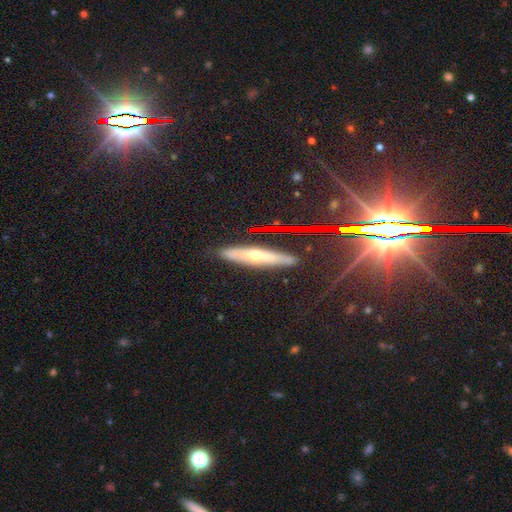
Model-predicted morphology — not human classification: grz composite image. It shows a featured or disk galaxy (54%) viewed edge-on (83%). Merging: none (84%).